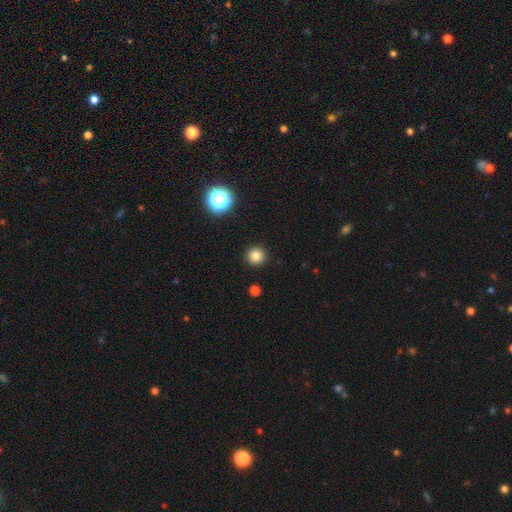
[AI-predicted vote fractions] smooth-or-featured: smooth: 82% | star or artifact: 13% | featured or disk: 5%
  how-rounded: round: 95% | in between: 4% | cigar-shaped: 1%
  merging: none: 92% | minor disturbance: 4% | major disturbance: 2% | merger: 1%